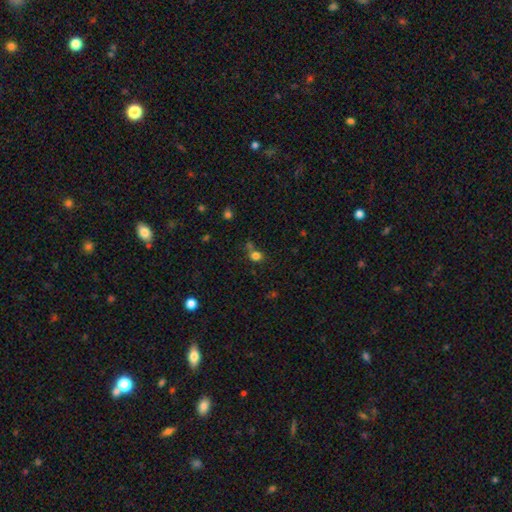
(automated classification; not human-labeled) Smooth or featured? smooth (77%)
How rounded? round (72%)
Merging? none (56%)